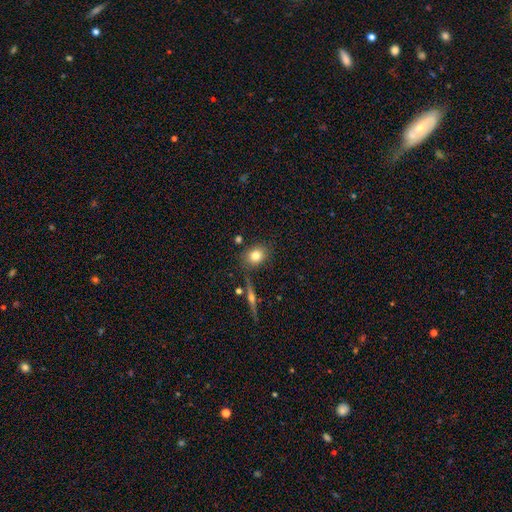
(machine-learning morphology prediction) smooth 77%, featured or disk 13%, star or artifact 10%. Down the decision tree: how rounded — round (61%); merging — none (78%).